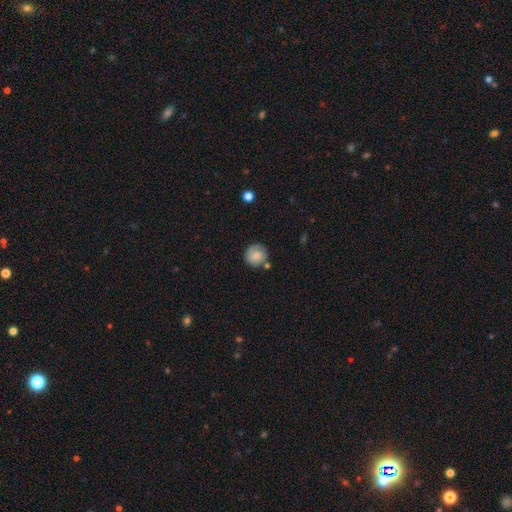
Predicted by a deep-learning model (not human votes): Smooth or featured: smooth — 73% (featured or disk — 19%)
How rounded: round — 91% (in between — 8%)
Merging: none — 74% (minor disturbance — 16%)